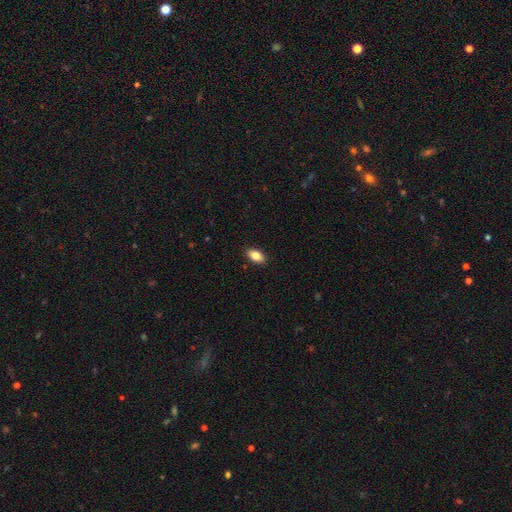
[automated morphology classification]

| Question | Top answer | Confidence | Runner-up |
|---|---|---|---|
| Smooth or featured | smooth | 84% | featured or disk (9%) |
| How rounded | in between | 90% | round (6%) |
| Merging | none | 89% | minor disturbance (8%) |